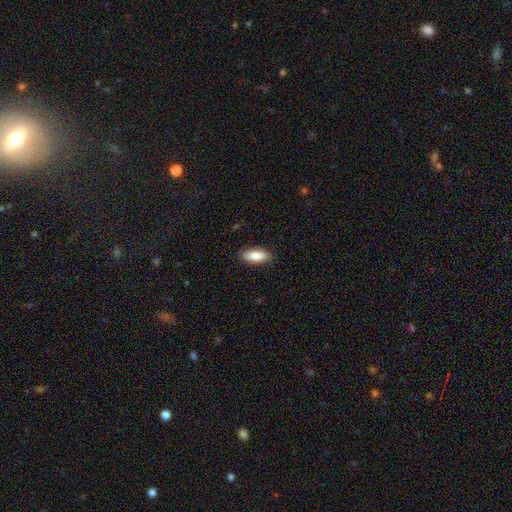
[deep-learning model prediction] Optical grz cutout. It shows a smooth galaxy with no disk features (85%) that is in between round and cigar-shaped (81%). Merging: none (88%).